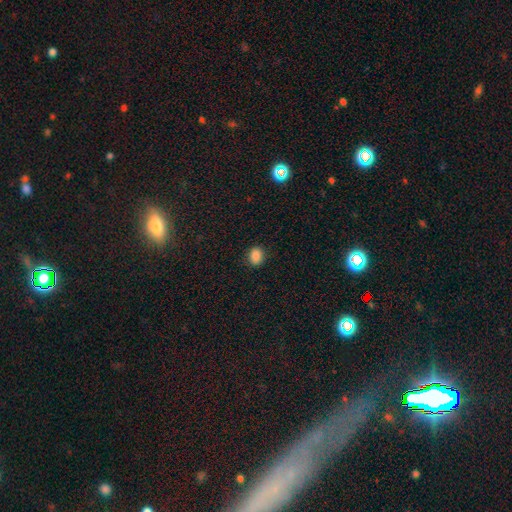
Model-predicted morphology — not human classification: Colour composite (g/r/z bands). It shows a smooth galaxy with no disk features (87%) that is in between round and cigar-shaped (56%). Merging: none (88%).